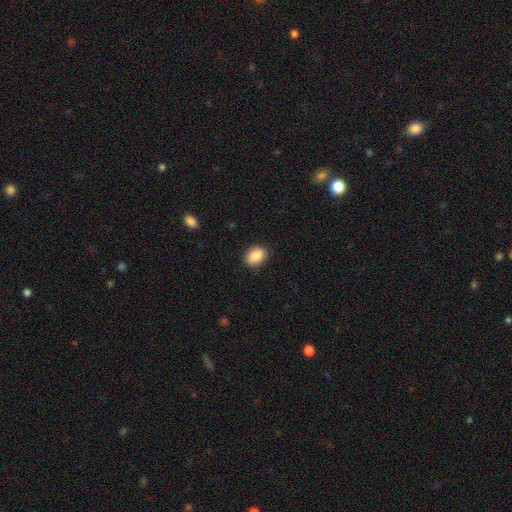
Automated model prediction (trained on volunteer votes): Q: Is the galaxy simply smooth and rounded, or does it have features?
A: smooth — 86%.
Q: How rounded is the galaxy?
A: in between — 62%.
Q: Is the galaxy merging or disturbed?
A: none — 87%.